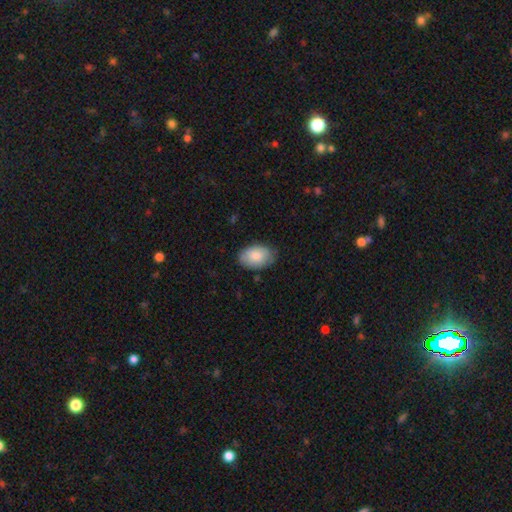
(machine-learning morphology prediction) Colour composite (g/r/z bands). It shows a smooth galaxy with no disk features (84%) that is in between round and cigar-shaped (90%). Merging: none (81%).